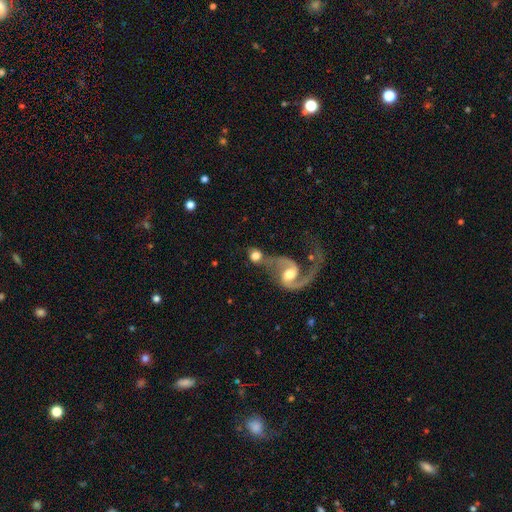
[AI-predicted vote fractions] Morphology: type=smooth (51%); roundness=round (77%); merging=merger (42%).